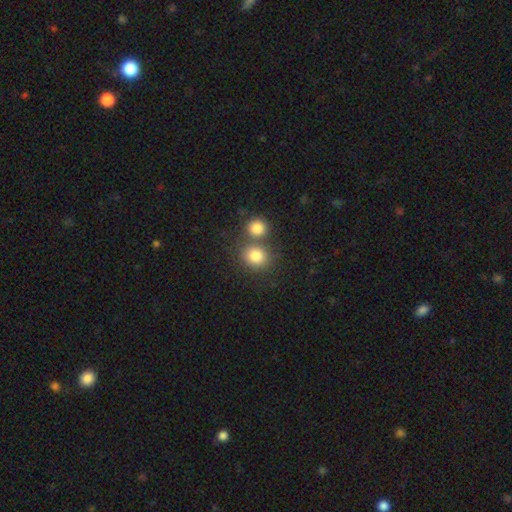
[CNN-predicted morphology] Smooth or featured?
  - smooth: 82% *
  - star or artifact: 10%
  - featured or disk: 8%
How rounded?
  - round: 77% *
  - in between: 22%
  - cigar-shaped: 1%
Merging?
  - none: 56% *
  - merger: 32%
  - minor disturbance: 9%
  - major disturbance: 3%